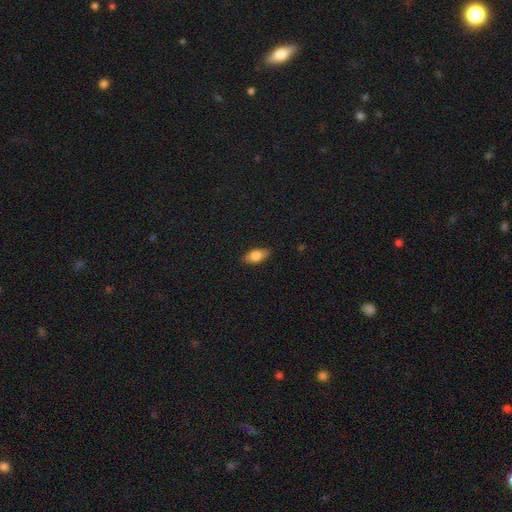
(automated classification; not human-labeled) A smooth galaxy with no disk features (80%) that is in between round and cigar-shaped (86%).

Vote fractions:
- Smooth or featured? smooth: 80% / featured or disk: 13% / star or artifact: 7%
- How rounded? in between: 86% / cigar-shaped: 10% / round: 4%
- Merging? none: 84% / minor disturbance: 13% / major disturbance: 2% / merger: 1%